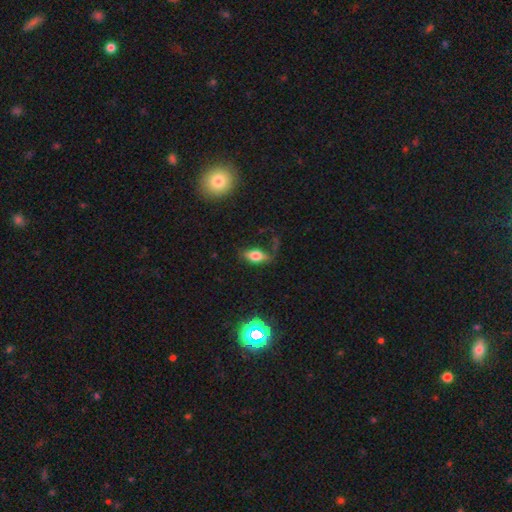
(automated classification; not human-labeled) This appears to be a smooth galaxy with no disk features (65%) that is in between round and cigar-shaped (84%). Merging: none (53%).